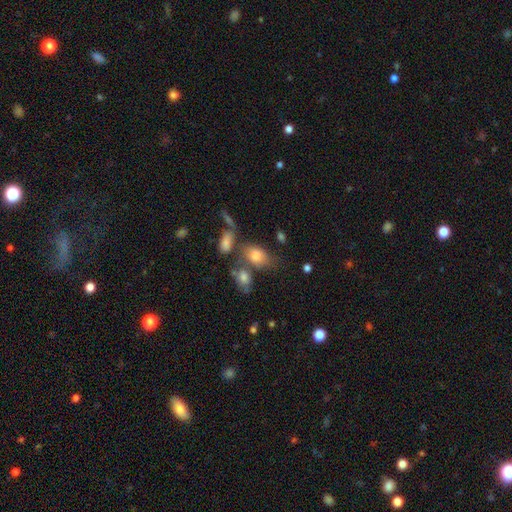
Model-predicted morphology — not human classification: A smooth galaxy with no disk features (76%) that is in between round and cigar-shaped (80%). Merging: none (46%).